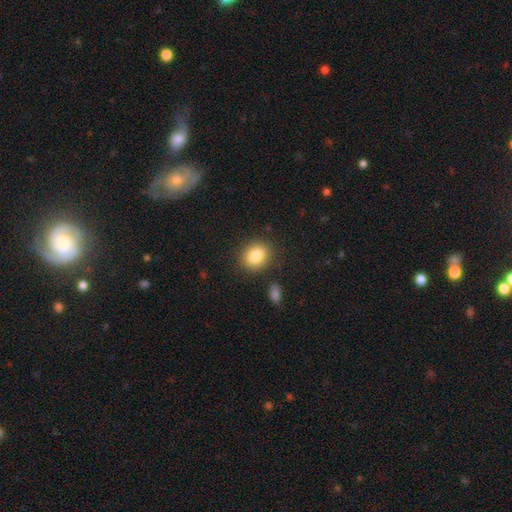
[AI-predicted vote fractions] A smooth galaxy with no disk features (85%) that is round (56%).

Vote fractions:
- Smooth or featured? smooth: 85% / star or artifact: 9% / featured or disk: 7%
- How rounded? round: 56% / in between: 43% / cigar-shaped: 1%
- Merging? none: 85% / minor disturbance: 9% / major disturbance: 3% / merger: 3%